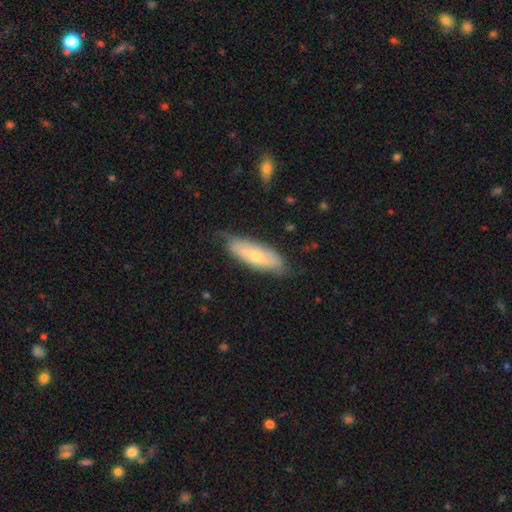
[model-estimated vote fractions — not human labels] Q: Smooth or featured?
A: smooth (56%); runner-up: featured or disk (38%)
Q: How rounded?
A: in between (58%); runner-up: cigar-shaped (40%)
Q: Merging?
A: none (68%); runner-up: minor disturbance (25%)